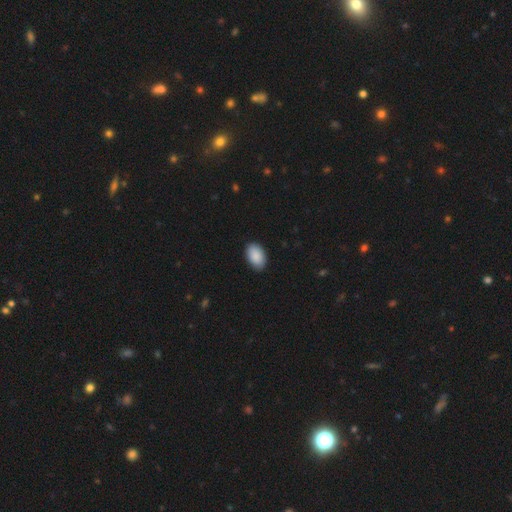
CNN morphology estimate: A smooth galaxy with no disk features (90%) that is in between round and cigar-shaped (92%).

Vote fractions:
- Smooth or featured? smooth: 90% / star or artifact: 6% / featured or disk: 4%
- How rounded? in between: 92% / round: 7% / cigar-shaped: 1%
- Merging? none: 88% / minor disturbance: 10% / major disturbance: 2% / merger: 1%